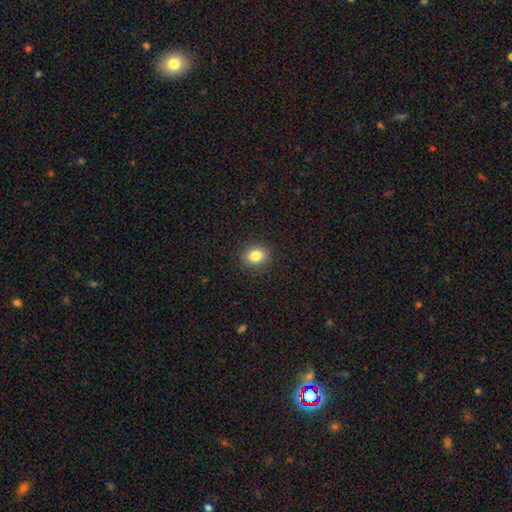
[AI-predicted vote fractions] smooth_or_featured: smooth (p=0.84) [alt: star or artifact p=0.11]
how_rounded: round (p=0.63) [alt: in between p=0.36]
merging: none (p=0.90) [alt: minor disturbance p=0.07]